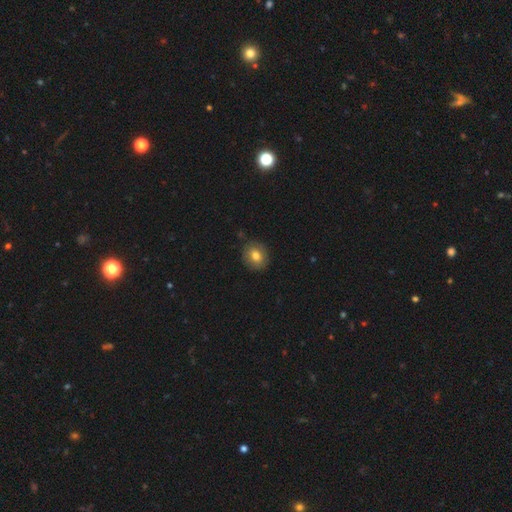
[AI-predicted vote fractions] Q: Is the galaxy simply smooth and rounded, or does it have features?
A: smooth — 78%.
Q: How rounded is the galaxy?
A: round — 73%.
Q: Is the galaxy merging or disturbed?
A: none — 86%.